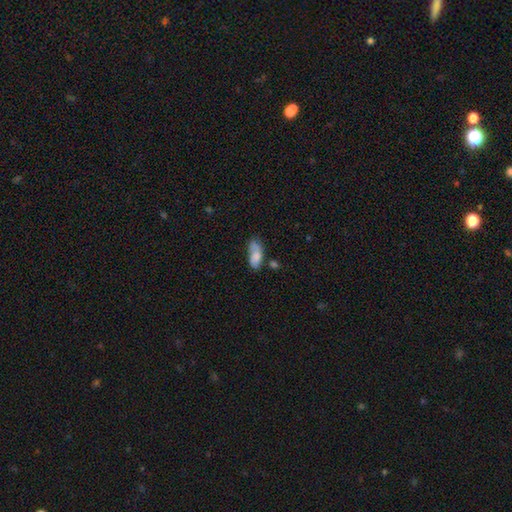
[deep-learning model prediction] Overall: smooth (73%). How rounded: in between (82%). Merging: none (41%; minor disturbance 29%).